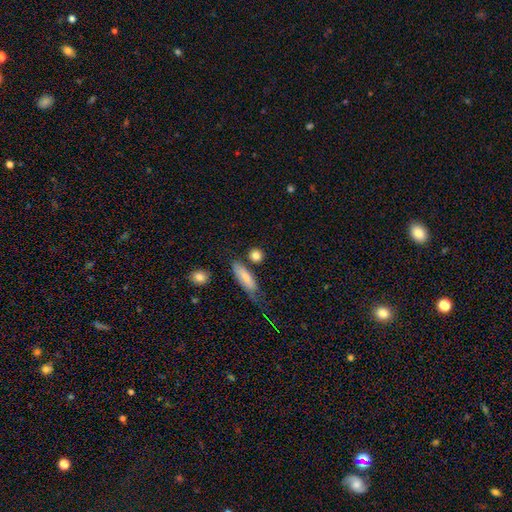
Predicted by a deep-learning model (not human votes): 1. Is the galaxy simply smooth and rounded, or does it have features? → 83% smooth, 8% featured or disk, 8% star or artifact.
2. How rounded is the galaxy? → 70% round, 19% in between, 10% cigar-shaped.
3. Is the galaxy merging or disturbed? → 76% none, 11% minor disturbance, 9% merger, 4% major disturbance.